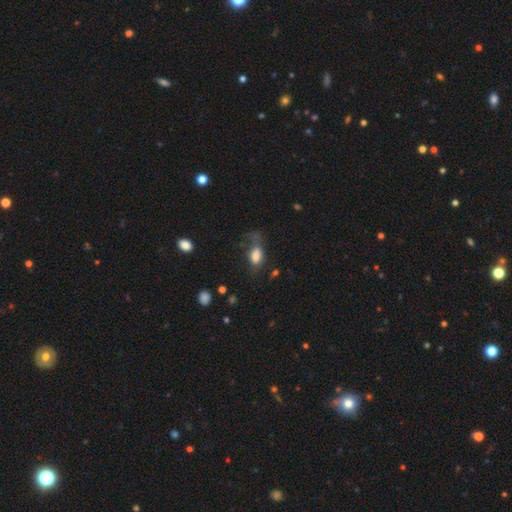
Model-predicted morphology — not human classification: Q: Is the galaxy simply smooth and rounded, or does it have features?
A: smooth — 73%.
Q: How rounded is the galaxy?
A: in between — 87%.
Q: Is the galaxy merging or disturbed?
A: none — 37%.